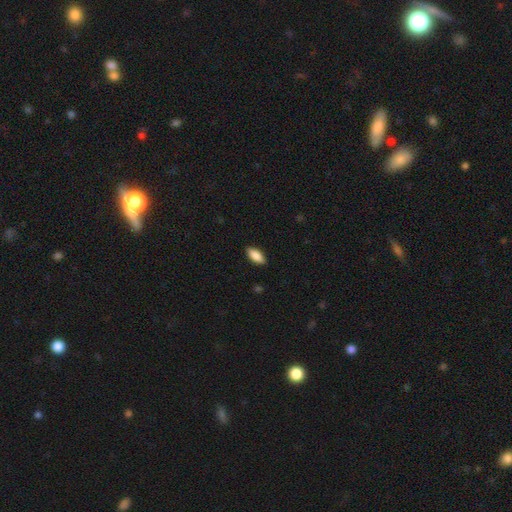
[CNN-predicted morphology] Smooth or featured? Predicted: smooth (p=0.87). How rounded? Predicted: in between (p=0.86). Merging? Predicted: none (p=0.88).